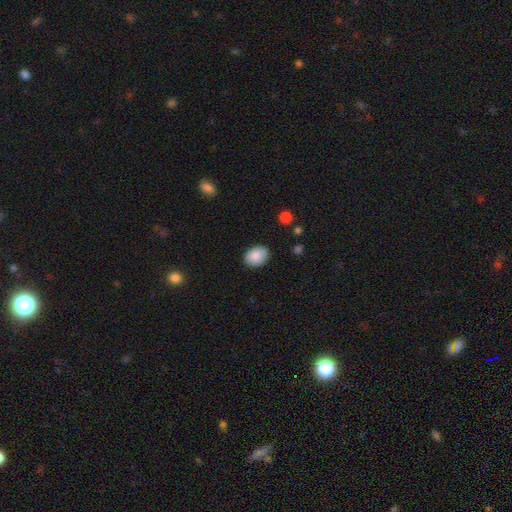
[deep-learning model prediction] A smooth galaxy with no disk features (87%) that is in between round and cigar-shaped (68%).

Vote fractions:
- Smooth or featured? smooth: 87% / star or artifact: 7% / featured or disk: 6%
- How rounded? in between: 68% / round: 31% / cigar-shaped: 1%
- Merging? none: 85% / minor disturbance: 12% / major disturbance: 2% / merger: 1%